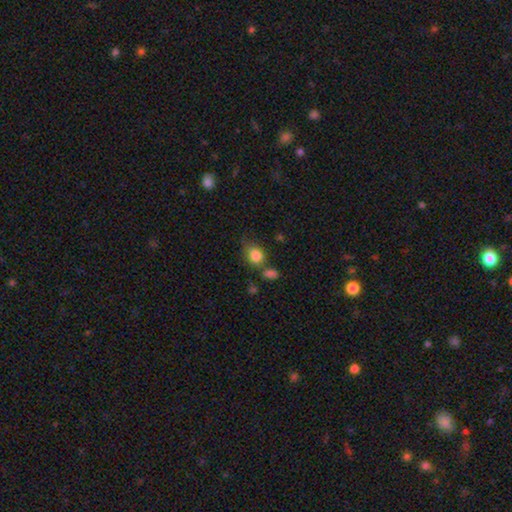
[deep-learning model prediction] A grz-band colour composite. It shows a smooth galaxy with no disk features (83%) that is round (53%). Merging: none (53%).